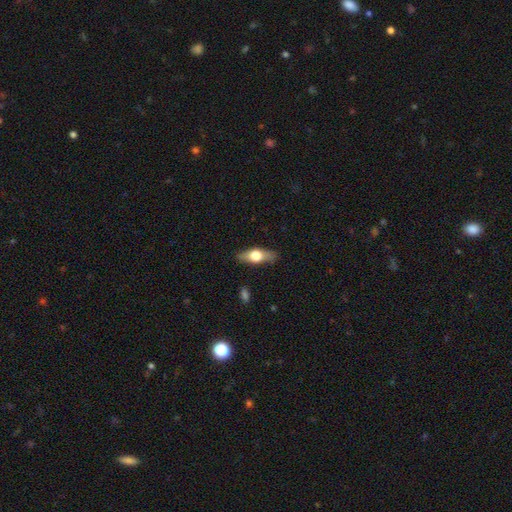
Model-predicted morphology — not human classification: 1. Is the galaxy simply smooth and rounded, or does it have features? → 51% smooth, 43% featured or disk, 6% star or artifact.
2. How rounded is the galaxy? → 66% in between, 29% cigar-shaped, 5% round.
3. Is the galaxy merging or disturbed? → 84% none, 12% minor disturbance, 3% major disturbance, 1% merger.